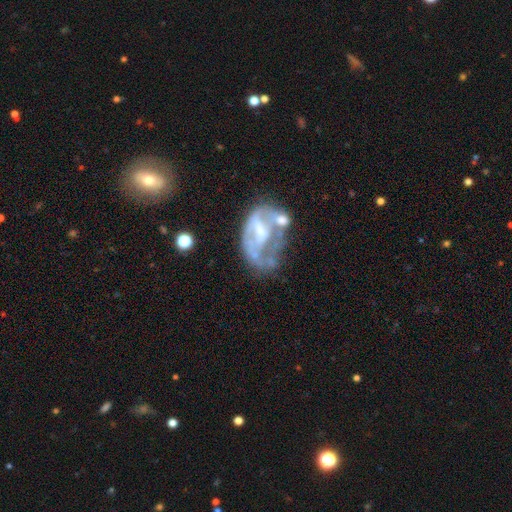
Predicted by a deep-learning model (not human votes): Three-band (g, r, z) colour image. It shows a featured or disk galaxy (67%) with no bar (51%), no spiral arms (59%) and a moderate central bulge (32%). Merging: major disturbance (33%).